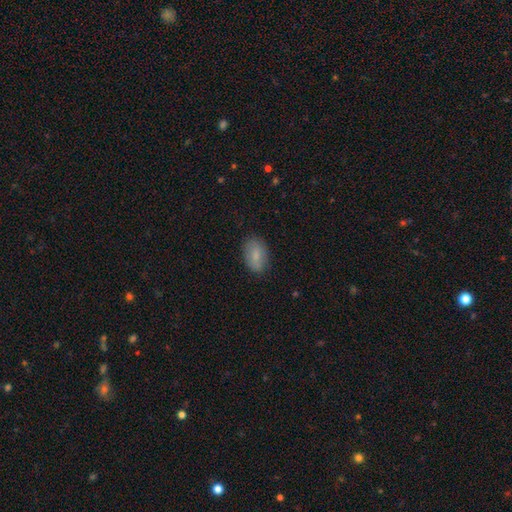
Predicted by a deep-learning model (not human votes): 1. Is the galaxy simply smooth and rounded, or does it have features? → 80% smooth, 12% featured or disk, 7% star or artifact.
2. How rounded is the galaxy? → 90% in between, 8% round, 2% cigar-shaped.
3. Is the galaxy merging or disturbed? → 81% none, 14% minor disturbance, 3% major disturbance, 1% merger.